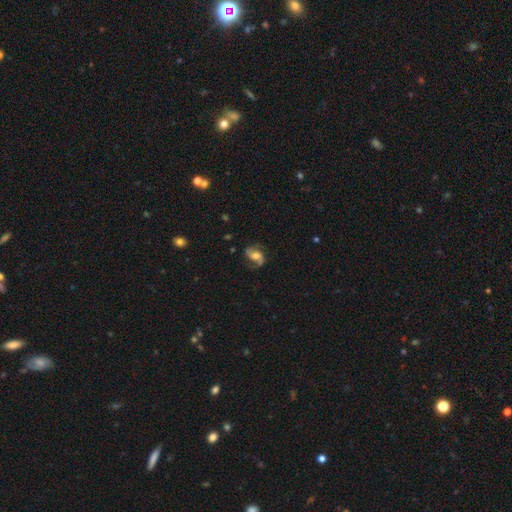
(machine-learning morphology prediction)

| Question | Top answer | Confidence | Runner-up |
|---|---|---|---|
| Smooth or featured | featured or disk | 76% | smooth (16%) |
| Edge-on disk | no | 97% | yes (3%) |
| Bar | no | 47% | weak (37%) |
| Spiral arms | yes | 94% | no (6%) |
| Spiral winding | loose | 44% | medium (43%) |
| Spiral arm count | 2 | 89% | 1 (4%) |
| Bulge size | moderate | 56% | large (20%) |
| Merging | none | 71% | minor disturbance (17%) |